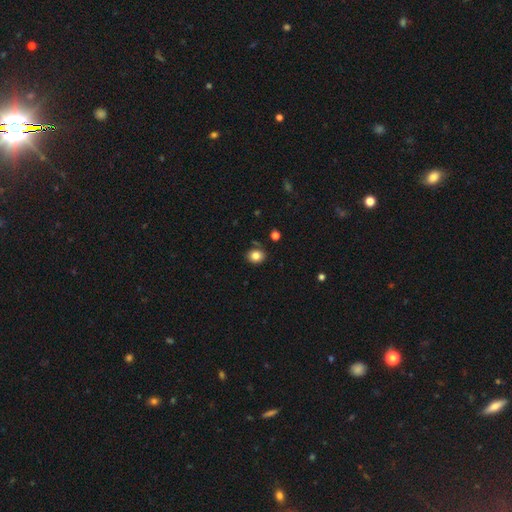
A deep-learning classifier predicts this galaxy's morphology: This is clearly a smooth galaxy (83%). How rounded: likely round (62%). Merging: clearly none (82%).